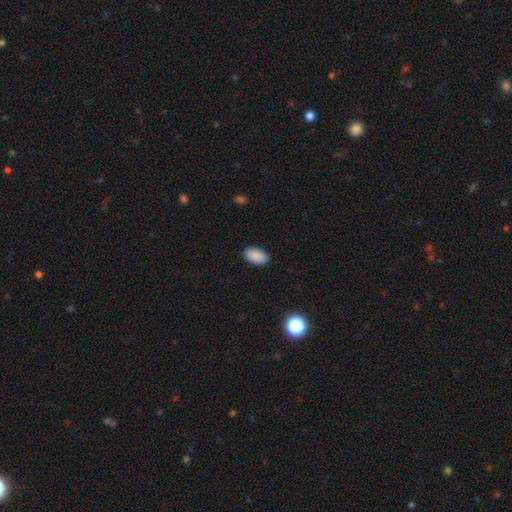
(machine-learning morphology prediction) This appears to be a smooth galaxy with no disk features (90%) that is in between round and cigar-shaped (95%). Merging: none (89%).